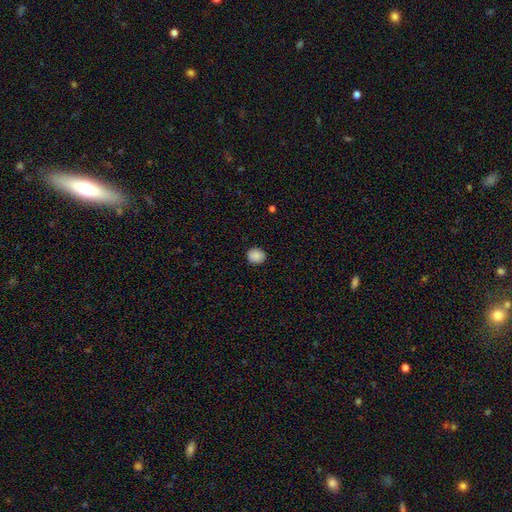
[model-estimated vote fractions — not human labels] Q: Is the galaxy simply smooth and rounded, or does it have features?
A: smooth — 88%.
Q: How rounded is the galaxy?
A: round — 82%.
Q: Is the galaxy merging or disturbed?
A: none — 90%.